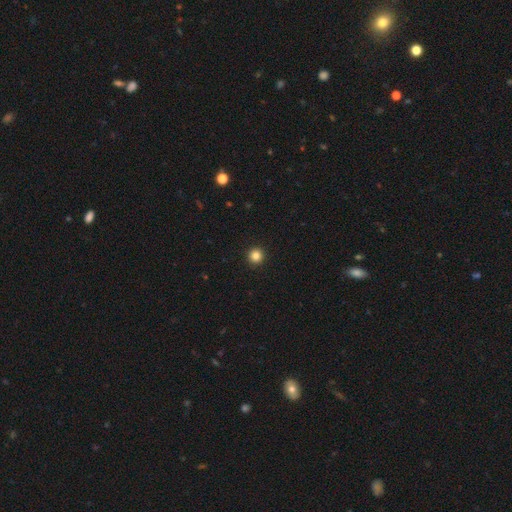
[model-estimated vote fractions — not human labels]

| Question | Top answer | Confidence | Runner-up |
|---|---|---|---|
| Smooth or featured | smooth | 84% | star or artifact (12%) |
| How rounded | round | 96% | in between (3%) |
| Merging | none | 94% | minor disturbance (4%) |